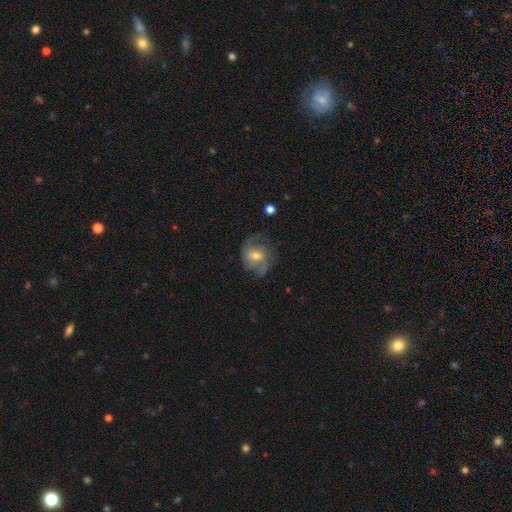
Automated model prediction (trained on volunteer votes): Smooth or featured? featured or disk (60%)
Edge-on disk? no (97%)
Bar? no (47%)
Spiral arms? yes (82%)
Bulge size? moderate (62%)
Merging? none (56%)